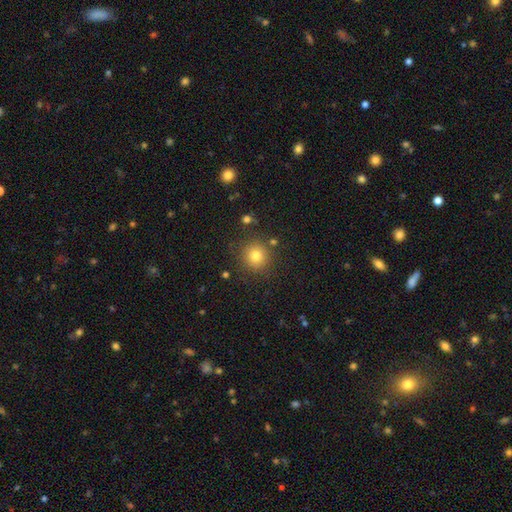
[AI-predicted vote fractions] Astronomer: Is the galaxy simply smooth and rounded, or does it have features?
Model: smooth — 80%.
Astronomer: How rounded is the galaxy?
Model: round — 93%.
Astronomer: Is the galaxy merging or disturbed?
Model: none — 87%.